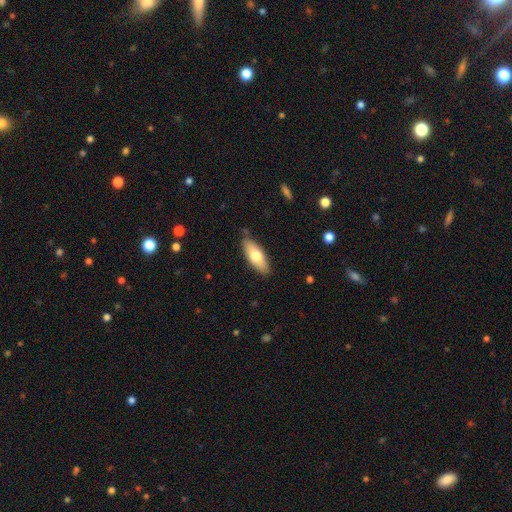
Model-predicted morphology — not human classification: Smooth or featured? smooth (69%)
How rounded? in between (73%)
Merging? none (83%)